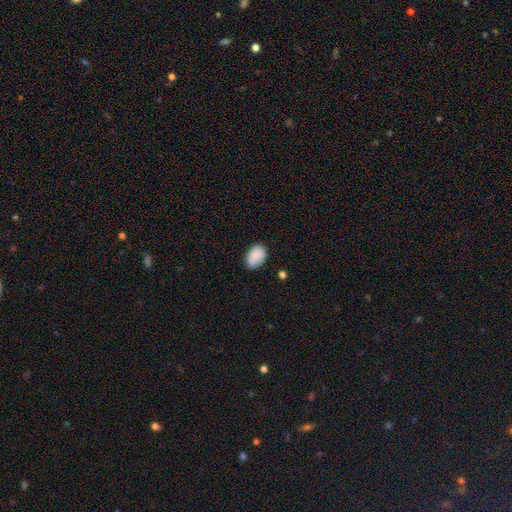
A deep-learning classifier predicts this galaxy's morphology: Overall: smooth (86%). How rounded: in between (85%). Merging: none (76%).